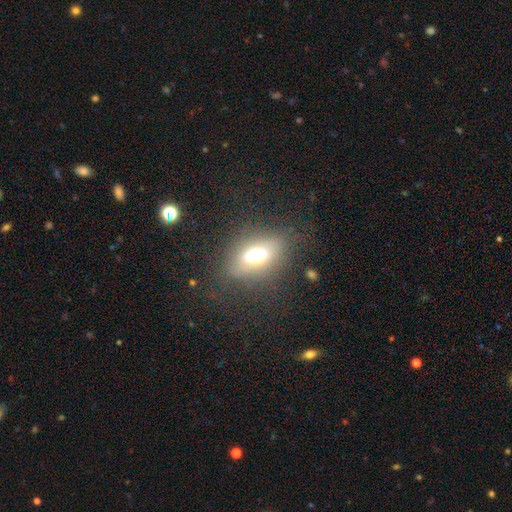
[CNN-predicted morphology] Overall: smooth (62%; featured or disk 27%). How rounded: in between (80%). Merging: none (73%).